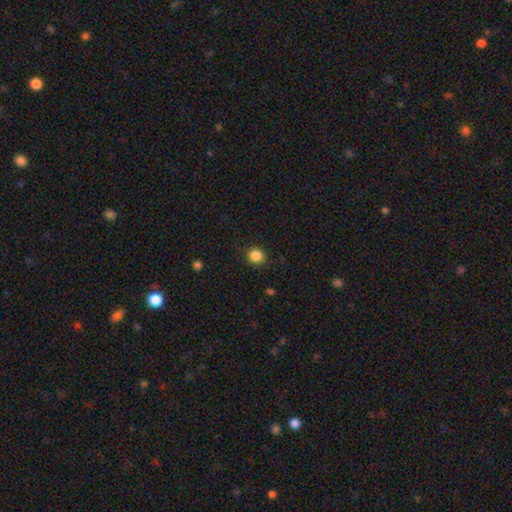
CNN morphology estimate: A smooth galaxy with no disk features (86%) that is round (79%).

Vote fractions:
- Smooth or featured? smooth: 86% / star or artifact: 10% / featured or disk: 3%
- How rounded? round: 79% / in between: 20% / cigar-shaped: 1%
- Merging? none: 88% / minor disturbance: 8% / major disturbance: 3% / merger: 1%